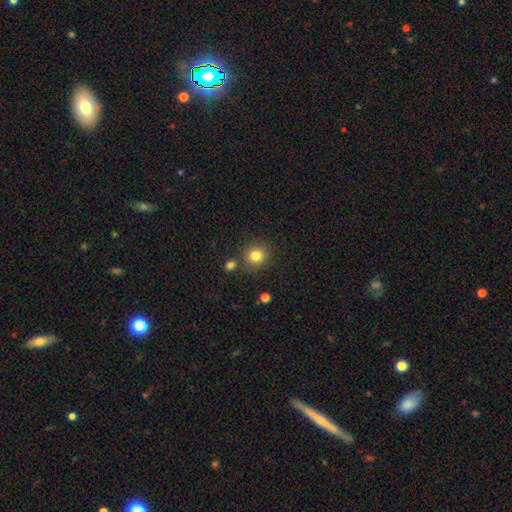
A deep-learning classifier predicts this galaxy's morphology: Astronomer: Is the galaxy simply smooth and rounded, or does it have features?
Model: smooth — 82%.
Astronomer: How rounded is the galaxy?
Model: round — 88%.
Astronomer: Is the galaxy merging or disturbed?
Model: none — 80%.